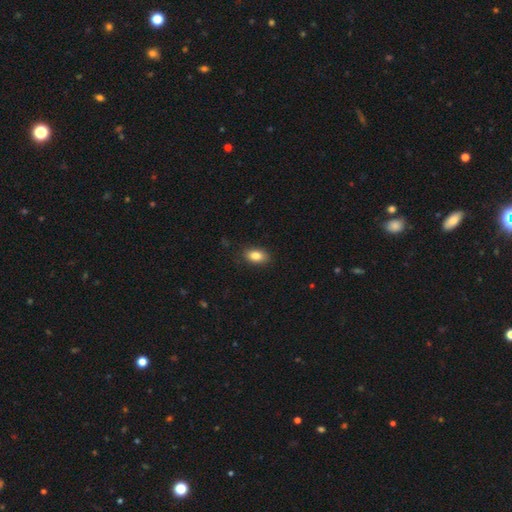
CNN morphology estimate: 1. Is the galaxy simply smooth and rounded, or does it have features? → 84% smooth, 8% star or artifact, 8% featured or disk.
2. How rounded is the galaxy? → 87% in between, 10% round, 3% cigar-shaped.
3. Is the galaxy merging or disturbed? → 86% none, 10% minor disturbance, 2% major disturbance, 1% merger.